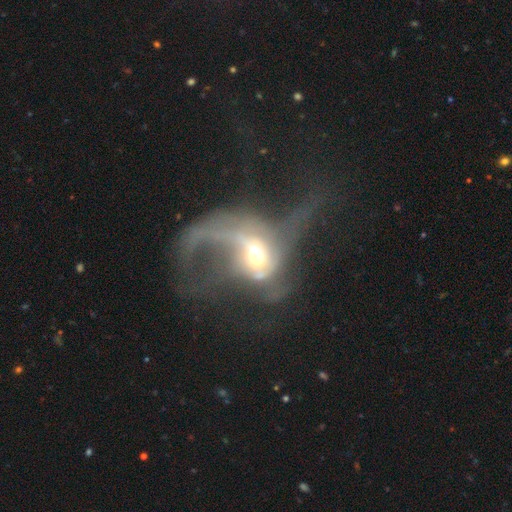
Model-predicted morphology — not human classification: This appears to be a featured or disk galaxy (65%) with no bar (68%), no spiral arms (52%) and a moderate central bulge (64%). Merging: major disturbance (69%).